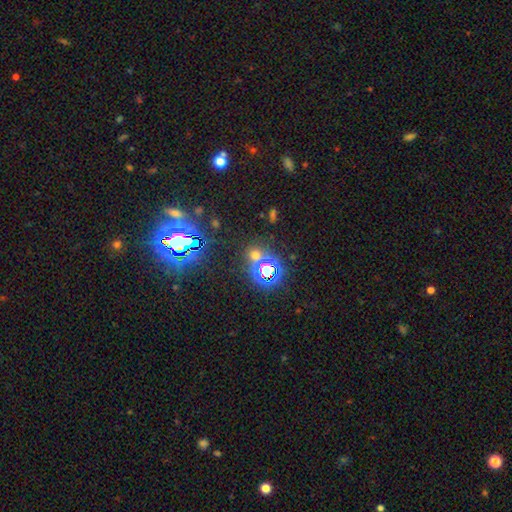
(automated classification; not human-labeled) smooth-or-featured: star or artifact: 55% | smooth: 38% | featured or disk: 7%